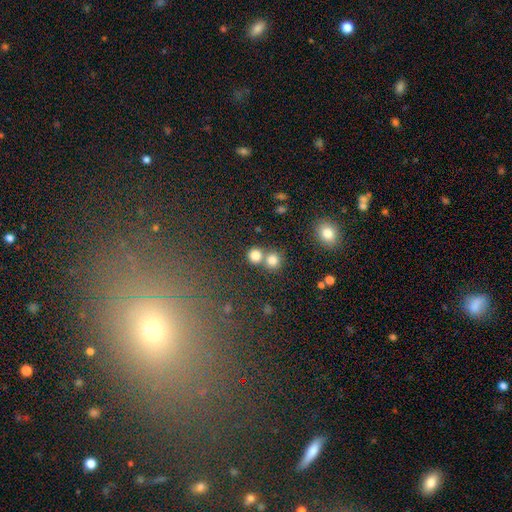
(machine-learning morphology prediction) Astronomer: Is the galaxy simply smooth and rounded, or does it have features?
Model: smooth — 80%.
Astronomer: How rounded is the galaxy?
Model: round — 90%.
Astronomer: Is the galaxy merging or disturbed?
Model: none — 55% (runner-up: merger, 37%).